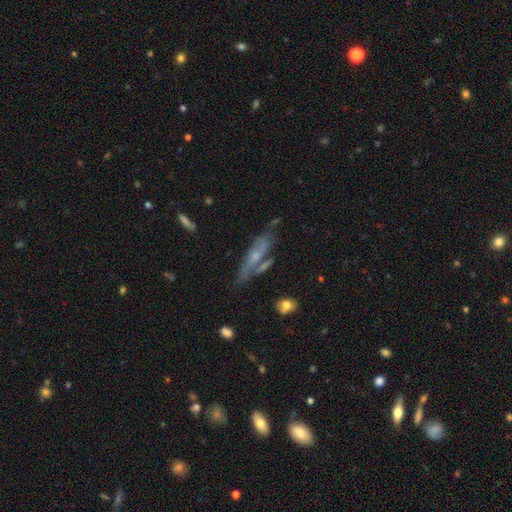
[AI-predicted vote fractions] The model was most divided on "edge-on disk": no: 52%, yes: 48%. More confident: merging — none (59%); smooth or featured — featured or disk (58%).